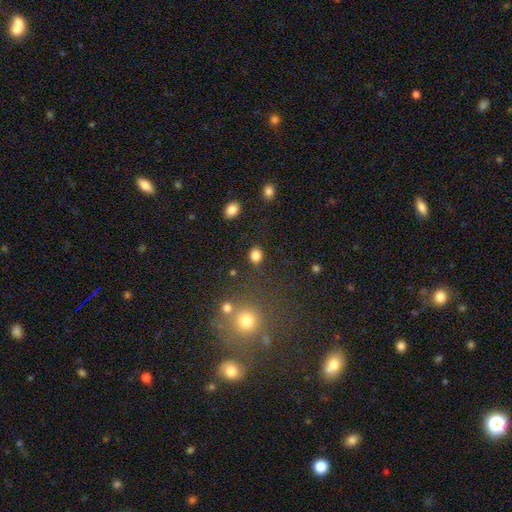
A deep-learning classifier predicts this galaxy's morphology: The model was most divided on "how rounded": round: 69%, in between: 30%, cigar-shaped: 1%. More confident: merging — none (84%); smooth or featured — smooth (84%).